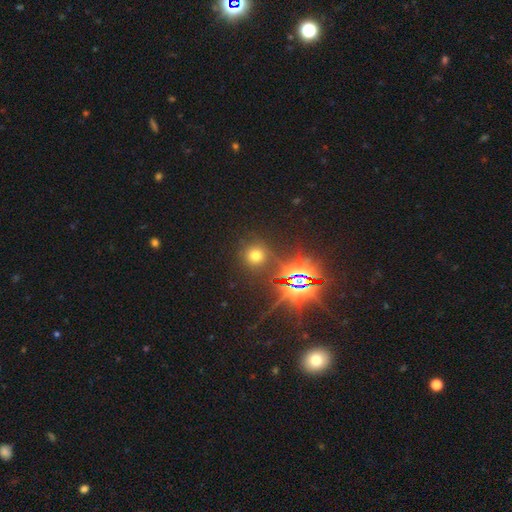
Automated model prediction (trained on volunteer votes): Smooth or featured? Predicted: smooth (p=0.59). How rounded? Predicted: round (p=0.91). Merging? Predicted: none (p=0.85).